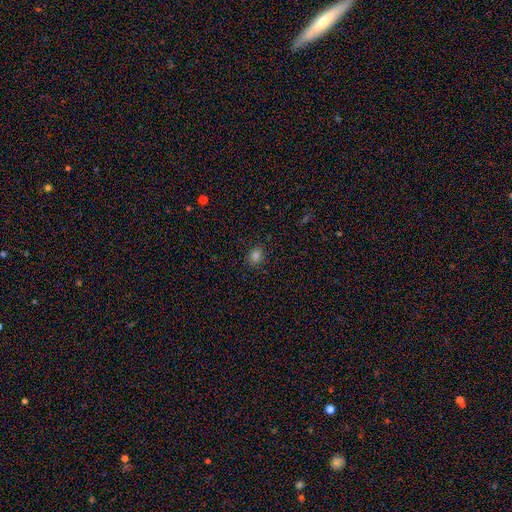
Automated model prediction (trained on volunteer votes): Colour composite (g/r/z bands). It shows a smooth galaxy with no disk features (80%) that is round (63%). Merging: none (88%).